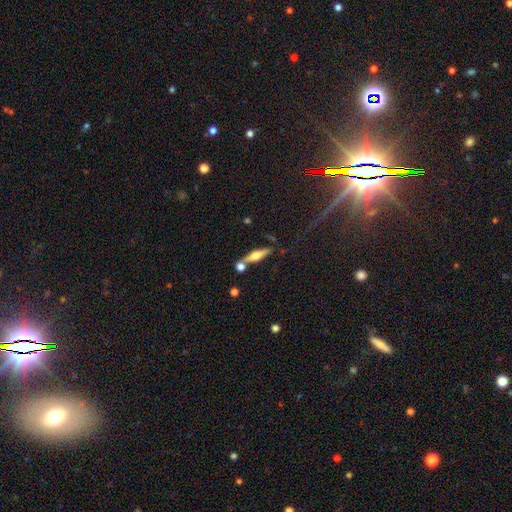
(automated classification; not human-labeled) A featured or disk galaxy (52%) viewed edge-on (92%).

Vote fractions:
- Smooth or featured? featured or disk: 52% / smooth: 40% / star or artifact: 7%
- Edge-on disk? yes: 92% / no: 8%
- Merging? none: 67% / merger: 18% / minor disturbance: 12% / major disturbance: 4%